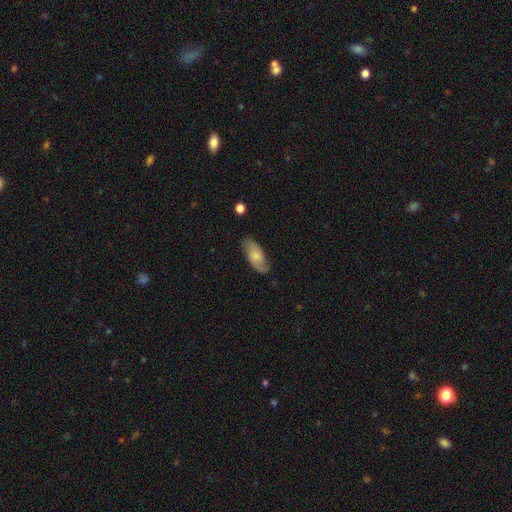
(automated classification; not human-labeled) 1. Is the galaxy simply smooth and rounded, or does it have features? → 47% featured or disk, 46% smooth, 6% star or artifact.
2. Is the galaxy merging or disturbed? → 76% none, 18% minor disturbance, 5% major disturbance, 1% merger.